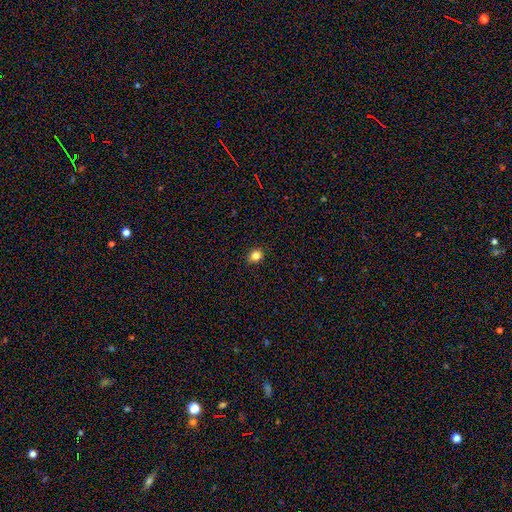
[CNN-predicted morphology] A smooth galaxy with no disk features (83%) that is round (53%). Merging: none (90%).